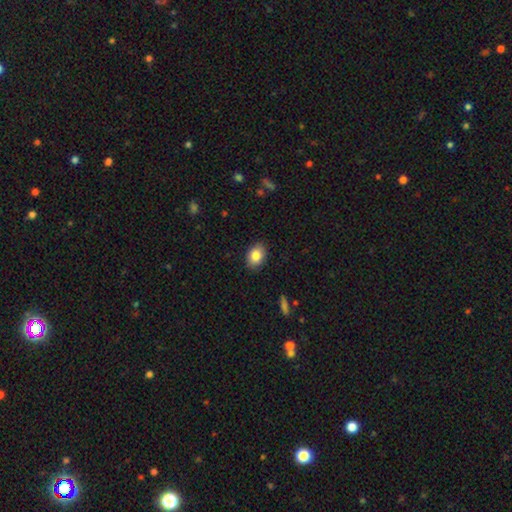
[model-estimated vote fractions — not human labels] Morphology: type=smooth (84%); roundness=in between (73%); merging=none (88%).